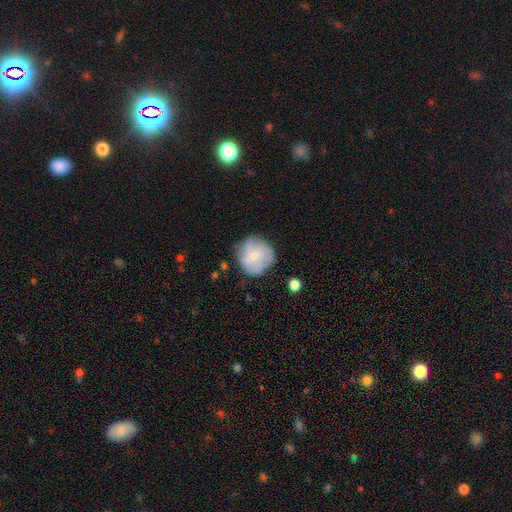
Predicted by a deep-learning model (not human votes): smooth-or-featured: smooth: 49% | featured or disk: 43% | star or artifact: 7%
  merging: none: 72% | minor disturbance: 20% | major disturbance: 7% | merger: 2%